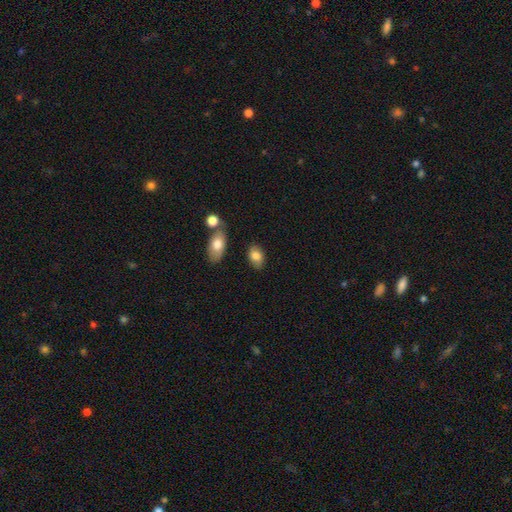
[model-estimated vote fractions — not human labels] This is clearly a smooth galaxy (80%). How rounded: clearly in between (89%). Merging: likely none (76%).